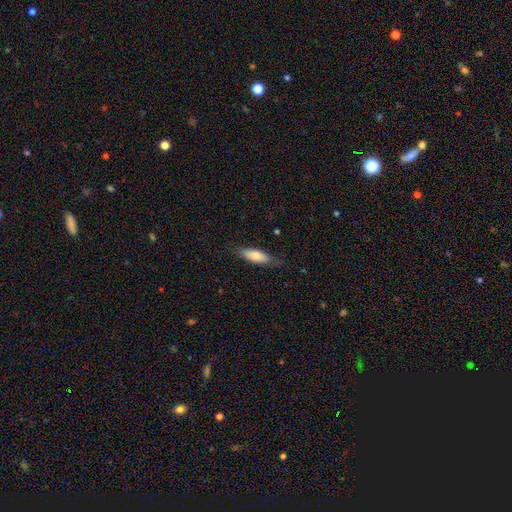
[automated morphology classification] A smooth galaxy with no disk features (76%) that is in between round and cigar-shaped (57%). Merging: none (77%).